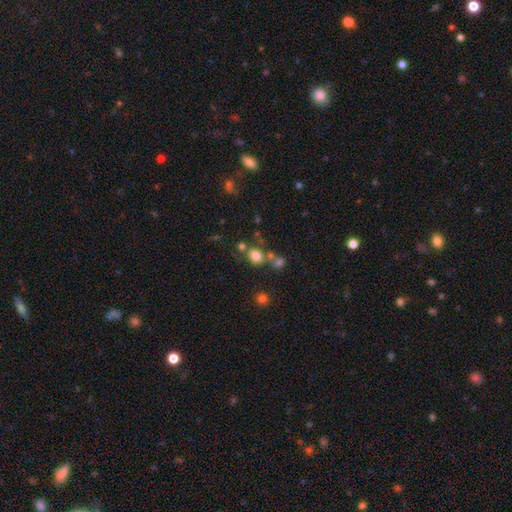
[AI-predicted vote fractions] Smooth or featured?
  - smooth: 76% *
  - star or artifact: 16%
  - featured or disk: 9%
How rounded?
  - round: 66% *
  - in between: 32%
  - cigar-shaped: 1%
Merging?
  - none: 61% *
  - merger: 23%
  - minor disturbance: 11%
  - major disturbance: 5%